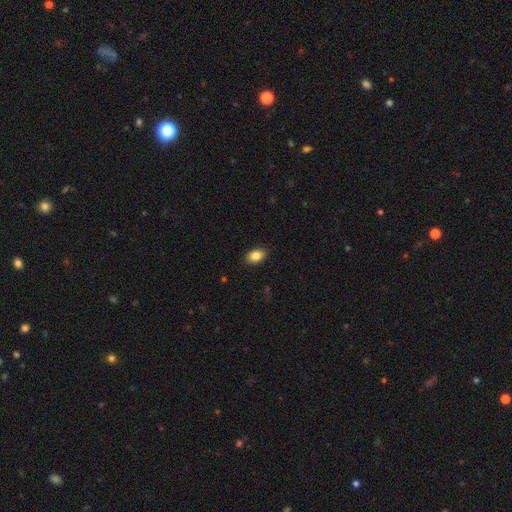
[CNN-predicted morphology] A smooth galaxy with no disk features (85%) that is in between round and cigar-shaped (84%). Merging: none (89%).